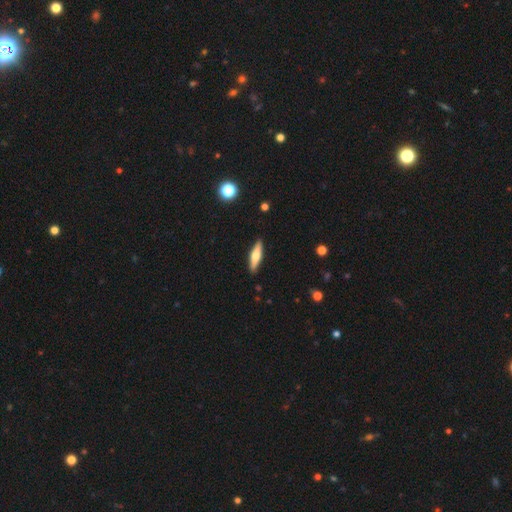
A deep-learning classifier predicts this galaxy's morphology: Smooth or featured? smooth (49%)
Merging? none (90%)